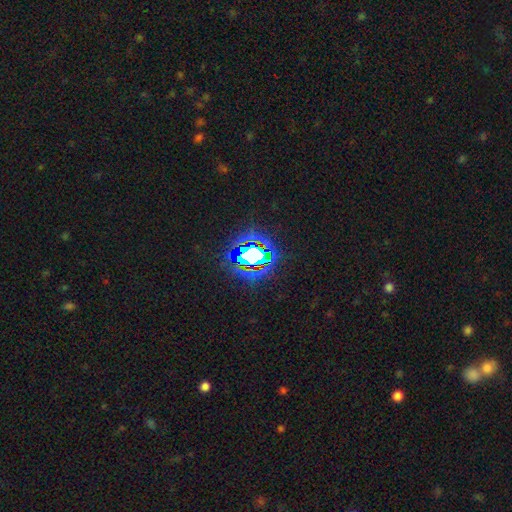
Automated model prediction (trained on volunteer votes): This appears to be a star or artifact, not a galaxy (70%).